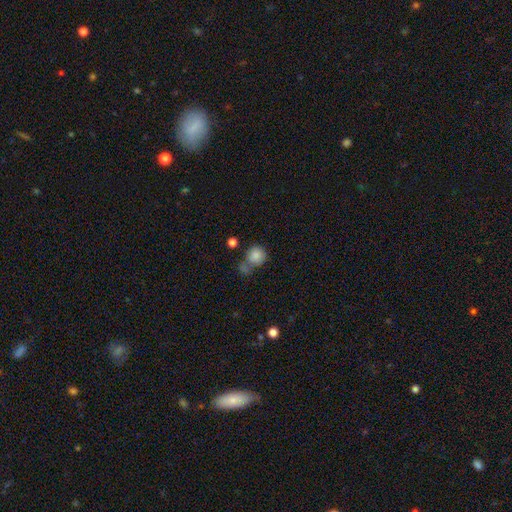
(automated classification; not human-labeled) Smooth or featured?
  - smooth: 84% *
  - star or artifact: 9%
  - featured or disk: 7%
How rounded?
  - round: 86% *
  - in between: 13%
  - cigar-shaped: 1%
Merging?
  - none: 47% *
  - merger: 32%
  - minor disturbance: 14%
  - major disturbance: 7%